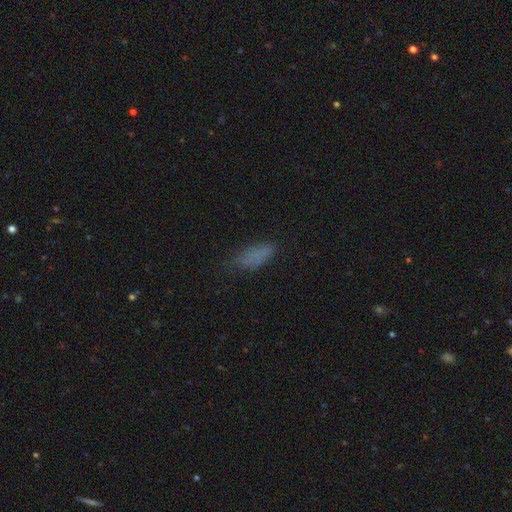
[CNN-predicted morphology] This appears to be a smooth galaxy with no disk features (75%) that is in between round and cigar-shaped (71%). Merging: none (63%).